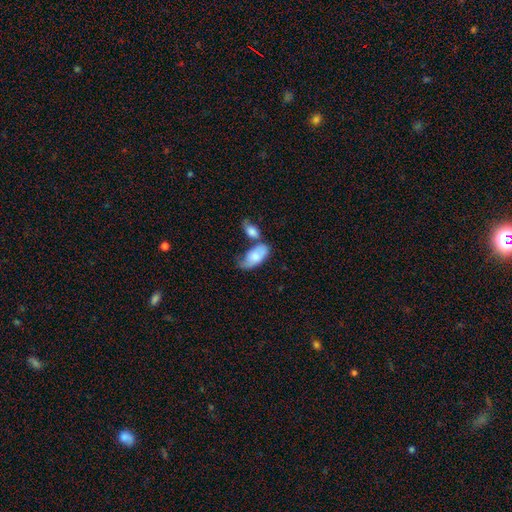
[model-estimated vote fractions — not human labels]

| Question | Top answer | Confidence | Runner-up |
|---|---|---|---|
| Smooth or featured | smooth | 73% | featured or disk (22%) |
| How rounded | in between | 93% | cigar-shaped (4%) |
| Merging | merger | 37% | none (30%) |